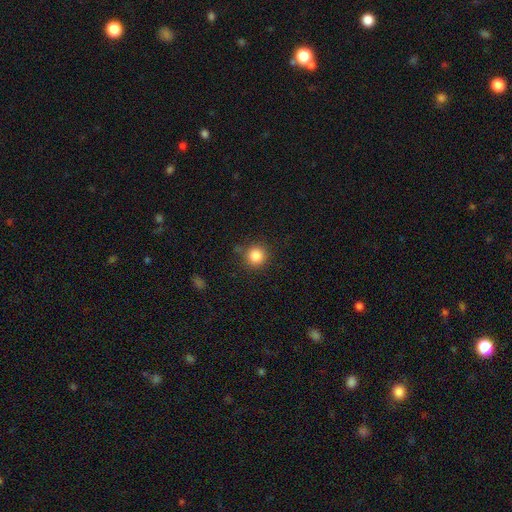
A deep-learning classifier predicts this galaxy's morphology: type=smooth (85%); roundness=round (93%); merging=none (82%).